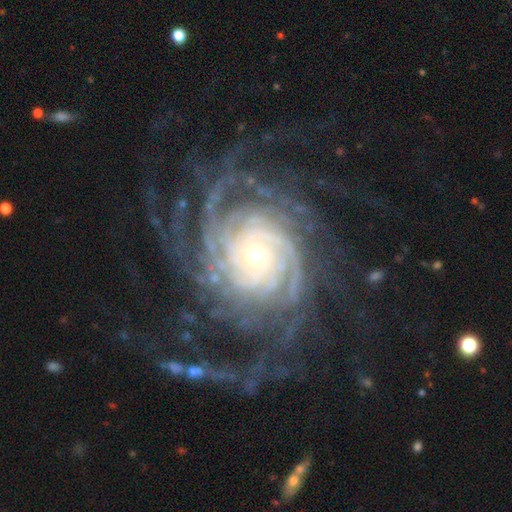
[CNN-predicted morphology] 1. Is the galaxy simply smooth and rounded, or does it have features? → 92% featured or disk, 5% star or artifact, 3% smooth.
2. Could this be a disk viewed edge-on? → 97% no, 3% yes.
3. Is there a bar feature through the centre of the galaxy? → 71% no, 19% weak, 10% strong.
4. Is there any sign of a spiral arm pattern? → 98% yes, 2% no.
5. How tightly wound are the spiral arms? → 75% tight, 20% medium, 5% loose.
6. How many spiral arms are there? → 35% more than 4, 18% can't tell, 17% 4, 11% 3, 10% 2, 9% 1.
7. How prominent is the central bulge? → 65% small, 30% moderate, 3% large, 1% none, 1% dominant.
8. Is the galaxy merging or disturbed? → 68% none, 16% major disturbance, 14% minor disturbance, 2% merger.